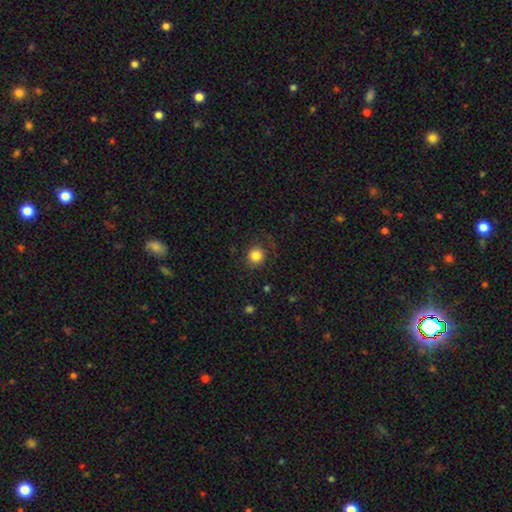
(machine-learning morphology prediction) Smooth or featured? smooth (84%)
How rounded? round (91%)
Merging? none (82%)